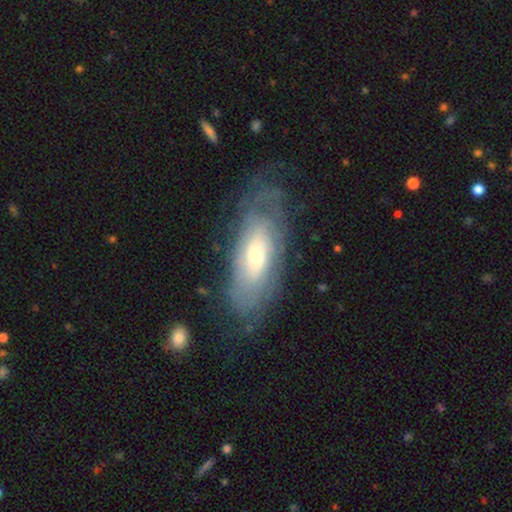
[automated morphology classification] This appears to be a featured or disk galaxy (65%) with no bar (64%), spiral arms (74%) and a moderate central bulge (48%). Merging: none (66%).